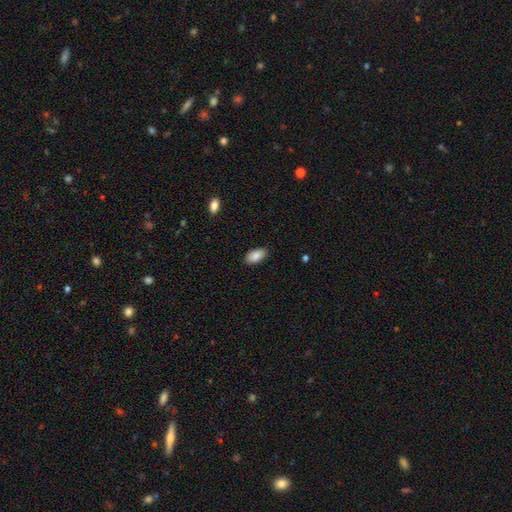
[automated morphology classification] Smooth or featured? Predicted: smooth (p=0.87). How rounded? Predicted: in between (p=0.94). Merging? Predicted: none (p=0.87).